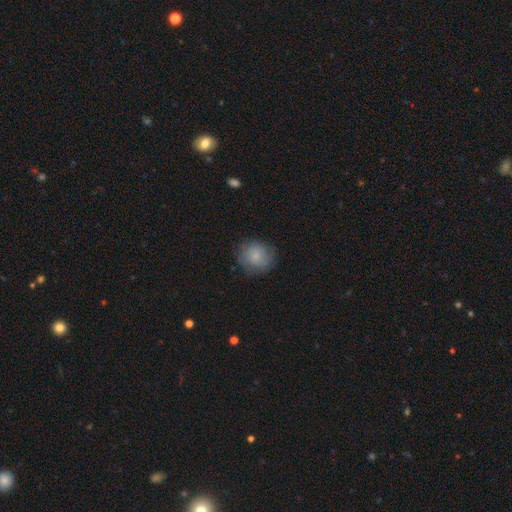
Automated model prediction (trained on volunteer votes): smooth_or_featured: smooth (p=0.74) [alt: featured or disk p=0.18]
how_rounded: round (p=0.85) [alt: in between p=0.15]
merging: none (p=0.76) [alt: minor disturbance p=0.17]